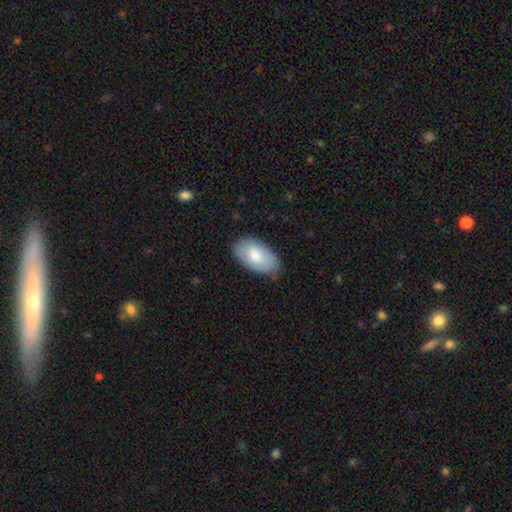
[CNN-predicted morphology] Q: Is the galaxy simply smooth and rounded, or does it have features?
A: smooth — 75%.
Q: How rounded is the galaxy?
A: in between — 96%.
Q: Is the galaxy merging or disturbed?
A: none — 79%.